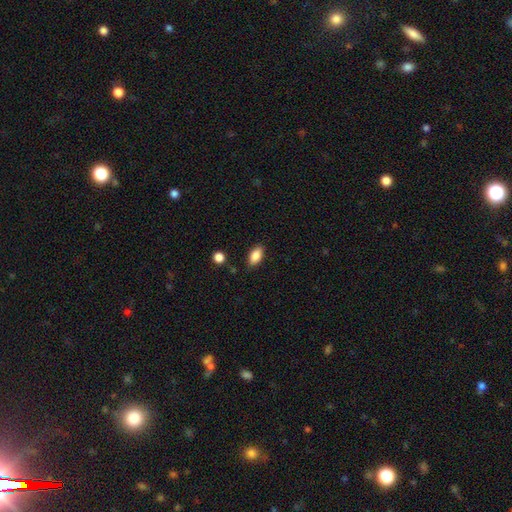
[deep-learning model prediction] This is clearly a smooth galaxy (86%). How rounded: clearly in between (91%). Merging: clearly none (85%).